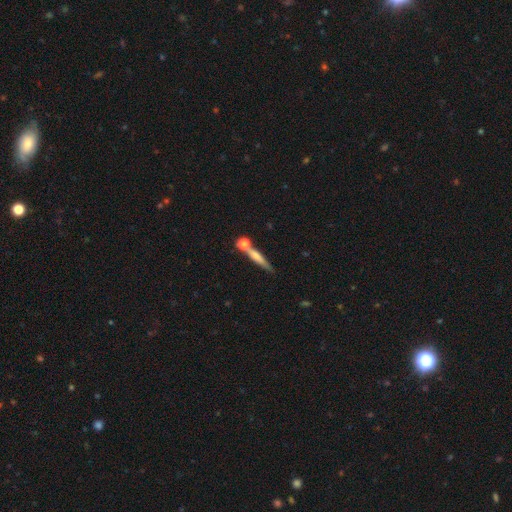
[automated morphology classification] The model was most divided on "smooth or featured": smooth: 55%, featured or disk: 36%, star or artifact: 10%. More confident: how rounded — cigar-shaped (81%); merging — none (60%).